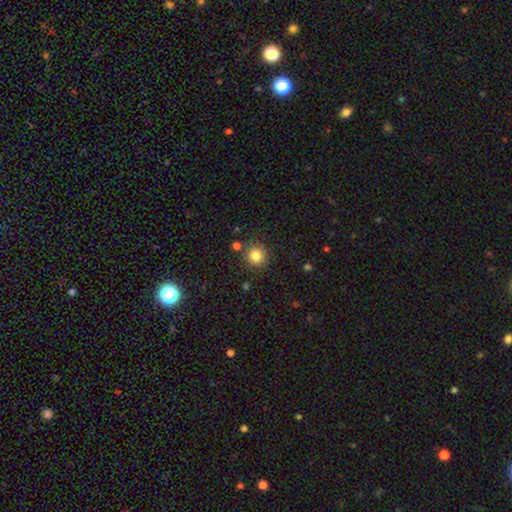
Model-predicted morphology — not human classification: Smooth or featured? Predicted: smooth (p=0.83). How rounded? Predicted: round (p=0.92). Merging? Predicted: none (p=0.85).